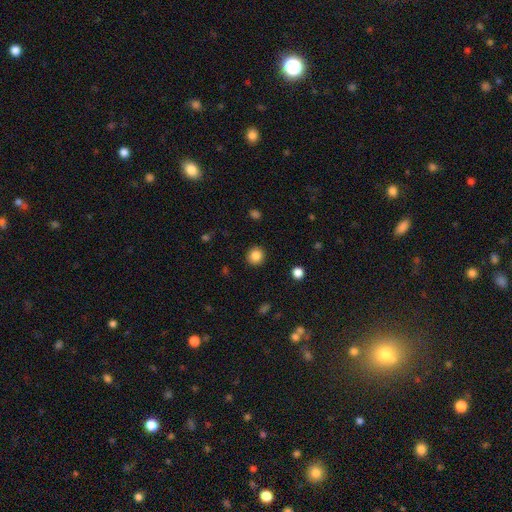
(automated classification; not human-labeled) This appears to be a smooth galaxy with no disk features (85%) that is round (92%). Merging: none (91%).